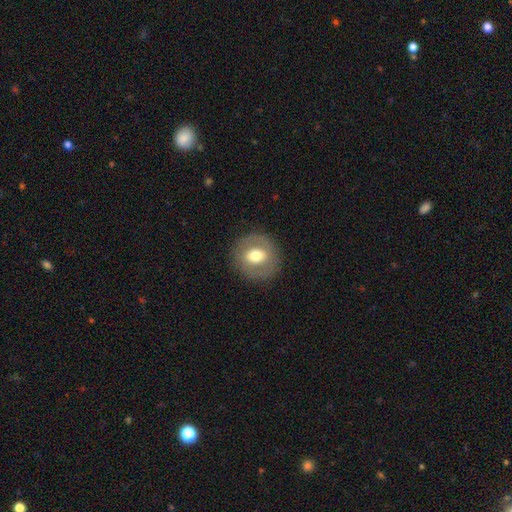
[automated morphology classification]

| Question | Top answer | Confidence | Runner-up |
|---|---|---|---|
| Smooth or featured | smooth | 55% | featured or disk (37%) |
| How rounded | round | 82% | in between (17%) |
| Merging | none | 86% | minor disturbance (8%) |